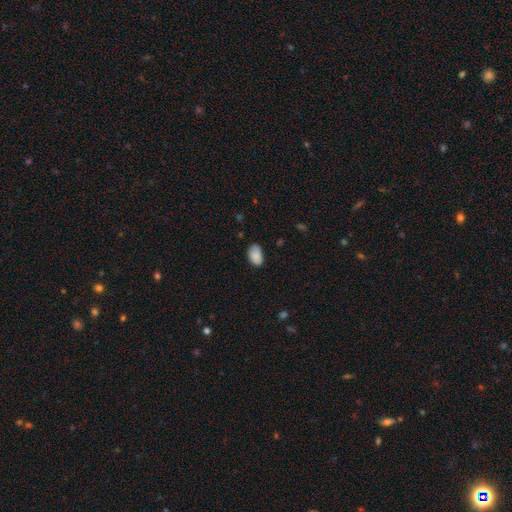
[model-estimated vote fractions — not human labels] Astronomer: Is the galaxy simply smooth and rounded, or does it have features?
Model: smooth — 88%.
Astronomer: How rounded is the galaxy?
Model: in between — 91%.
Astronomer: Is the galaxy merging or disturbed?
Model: none — 74%.